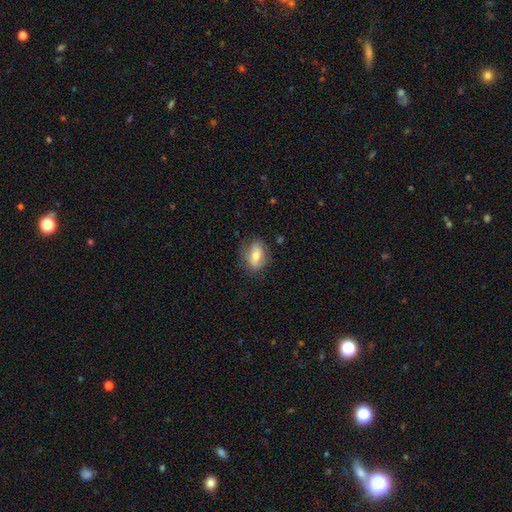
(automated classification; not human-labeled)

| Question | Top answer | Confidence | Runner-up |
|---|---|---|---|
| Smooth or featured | smooth | 61% | featured or disk (31%) |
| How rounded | in between | 77% | round (20%) |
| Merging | none | 67% | minor disturbance (23%) |